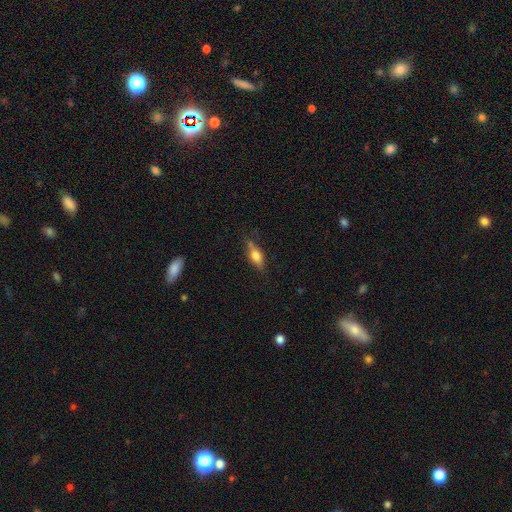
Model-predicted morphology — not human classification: Smooth or featured? smooth (62%)
How rounded? in between (67%)
Merging? none (67%)